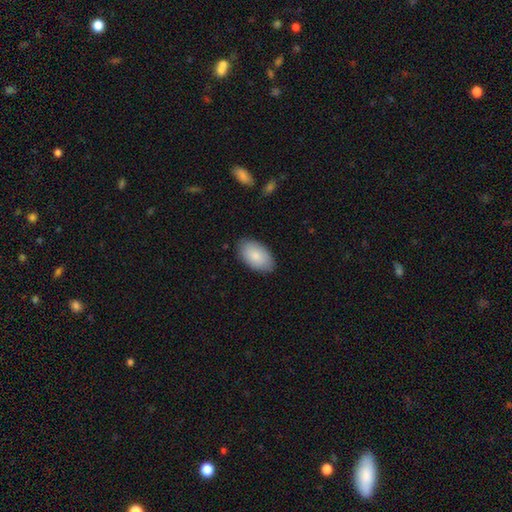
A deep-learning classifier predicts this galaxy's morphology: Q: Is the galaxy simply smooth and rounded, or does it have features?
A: smooth — 85%.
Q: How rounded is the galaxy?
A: in between — 95%.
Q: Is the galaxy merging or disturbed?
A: none — 85%.